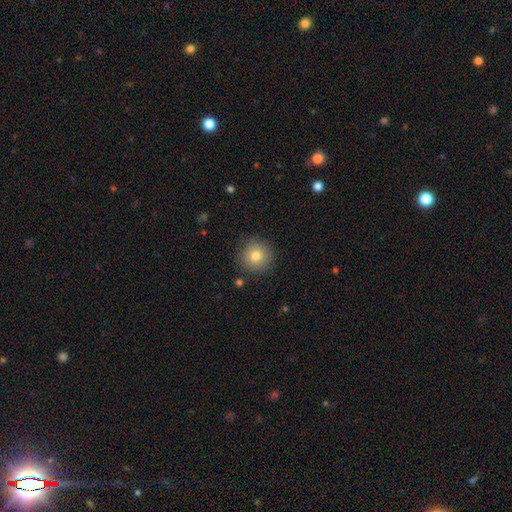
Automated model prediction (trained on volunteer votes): Smooth or featured? Predicted: smooth (p=0.80). How rounded? Predicted: round (p=0.94). Merging? Predicted: none (p=0.88).